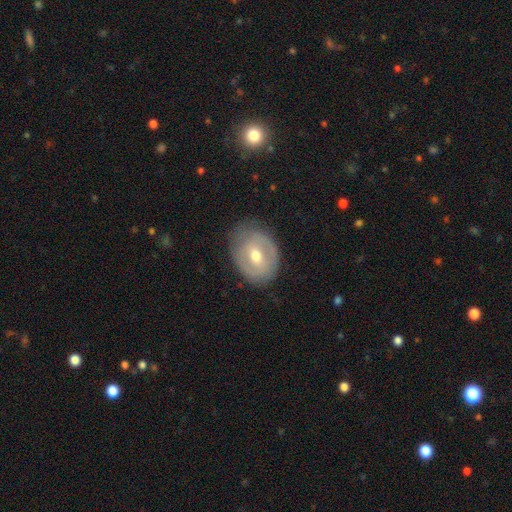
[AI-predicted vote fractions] Q: Smooth or featured?
A: featured or disk (57%); runner-up: smooth (36%)
Q: Edge-on disk?
A: no (94%); runner-up: yes (6%)
Q: Bar?
A: weak (46%); runner-up: no (35%)
Q: Spiral arms?
A: no (51%); runner-up: yes (49%)
Q: Bulge size?
A: moderate (71%); runner-up: small (24%)
Q: Merging?
A: none (72%); runner-up: minor disturbance (21%)